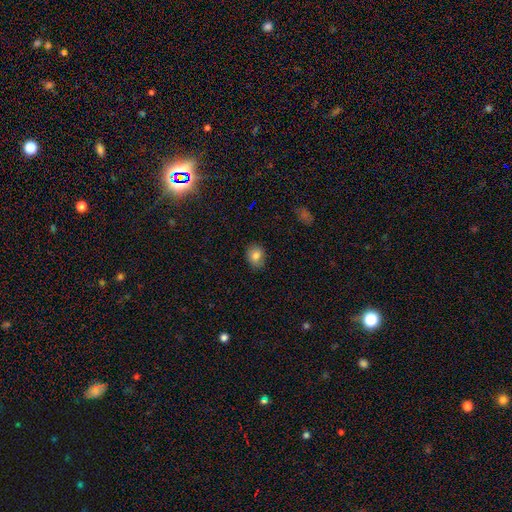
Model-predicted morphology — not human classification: This appears to be a smooth galaxy with no disk features (81%) that is round (53%). Merging: none (81%).